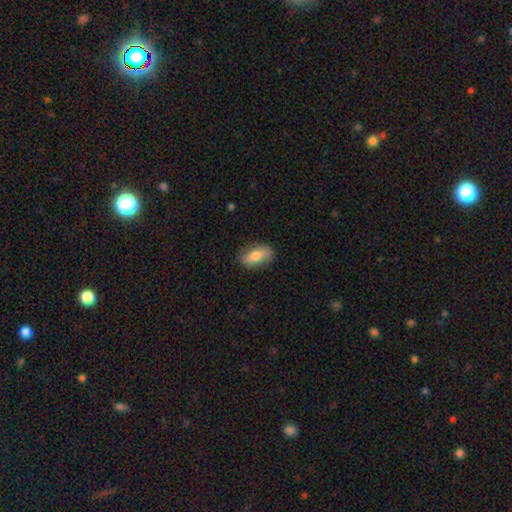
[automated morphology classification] Smooth or featured: smooth — 73% (featured or disk — 21%)
How rounded: in between — 84% (cigar-shaped — 10%)
Merging: none — 81% (minor disturbance — 14%)